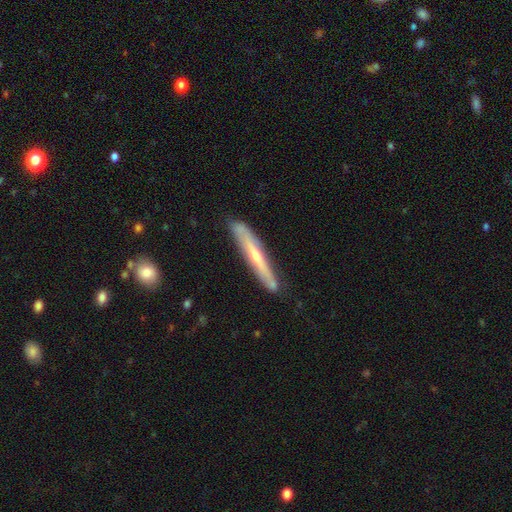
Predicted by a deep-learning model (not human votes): Overall: featured or disk (60%; smooth 34%). Edge-on disk: yes (88%). Edge-on bulge: rounded (68%). Merging: none (80%).